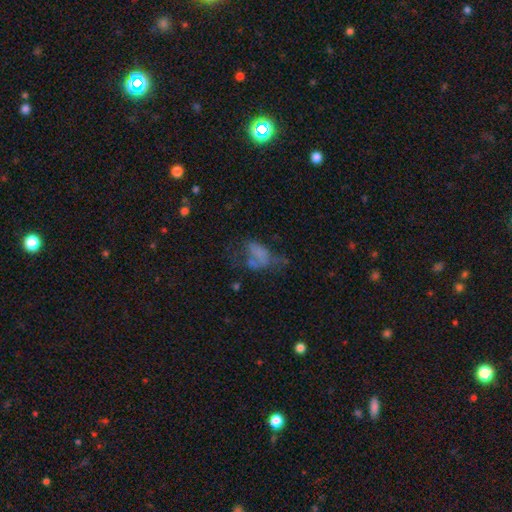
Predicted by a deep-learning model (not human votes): Smooth or featured?
  - smooth: 42% *
  - featured or disk: 35%
  - star or artifact: 22%
Merging?
  - major disturbance: 42% *
  - none: 28%
  - minor disturbance: 19%
  - merger: 11%